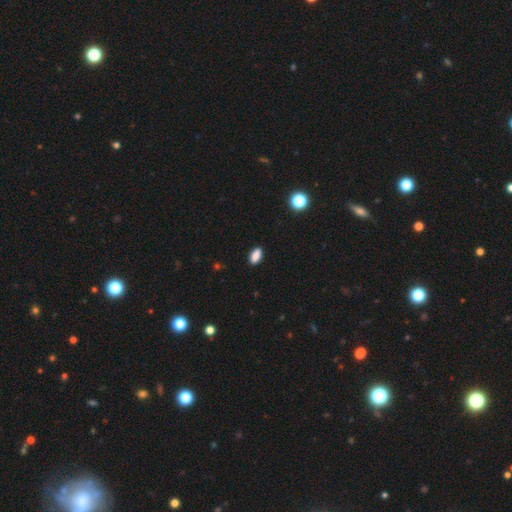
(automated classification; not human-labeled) Smooth or featured: smooth — 87% (star or artifact — 8%)
How rounded: in between — 87% (cigar-shaped — 9%)
Merging: none — 89% (minor disturbance — 8%)